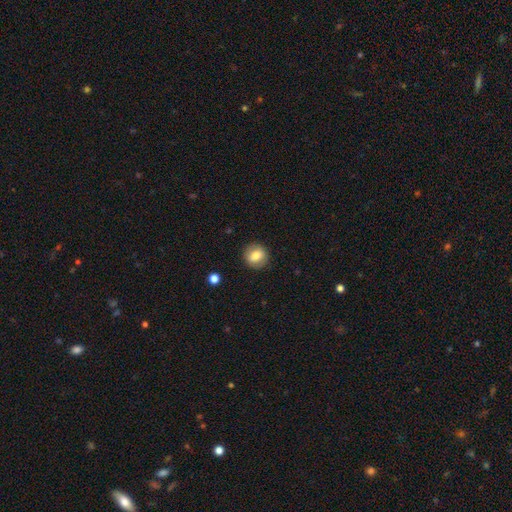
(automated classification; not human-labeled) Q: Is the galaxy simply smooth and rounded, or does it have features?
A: smooth — 76%.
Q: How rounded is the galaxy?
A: round — 82%.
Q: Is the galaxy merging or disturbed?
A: none — 88%.